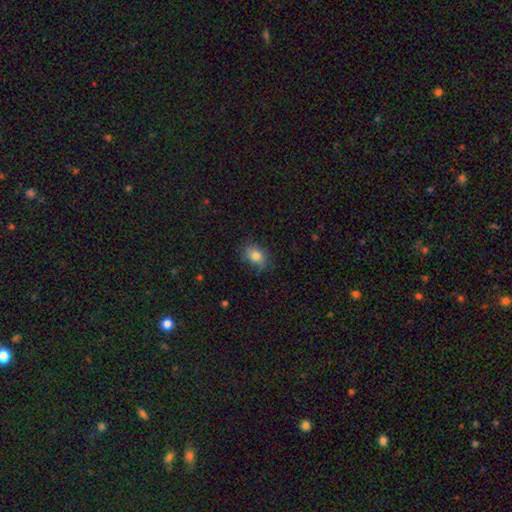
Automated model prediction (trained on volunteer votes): Smooth or featured: smooth — 80% (featured or disk — 11%)
How rounded: in between — 73% (round — 26%)
Merging: none — 72% (minor disturbance — 21%)